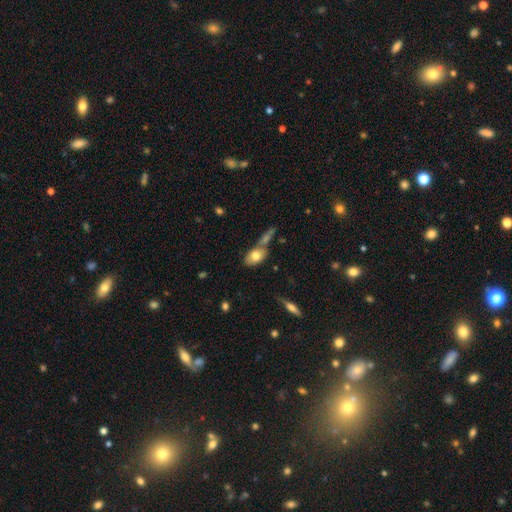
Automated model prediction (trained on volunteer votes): A smooth galaxy with no disk features (75%) that is in between round and cigar-shaped (87%). Merging: none (45%).